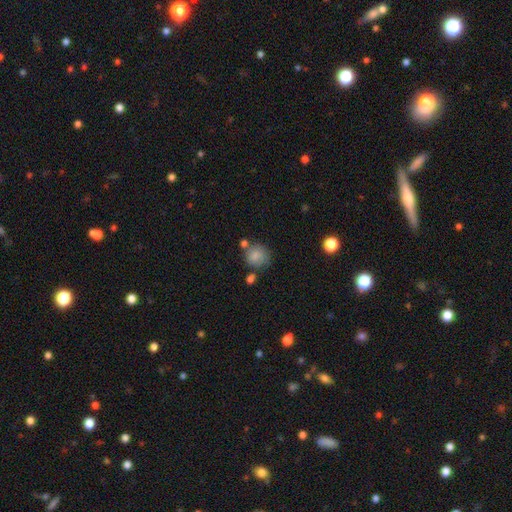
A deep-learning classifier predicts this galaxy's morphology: smooth 81%, featured or disk 10%, star or artifact 9%. Down the decision tree: how rounded — round (81%); merging — none (59%).